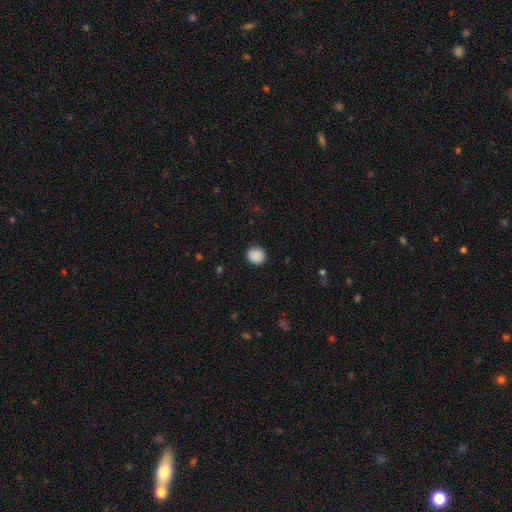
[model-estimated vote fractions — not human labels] Q: Smooth or featured?
A: smooth (89%); runner-up: star or artifact (8%)
Q: How rounded?
A: round (84%); runner-up: in between (15%)
Q: Merging?
A: none (87%); runner-up: minor disturbance (9%)